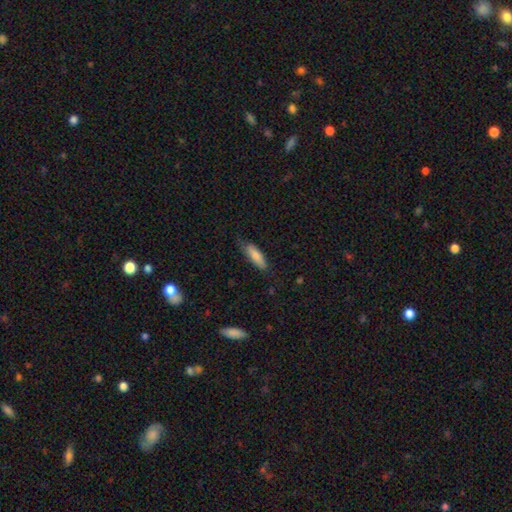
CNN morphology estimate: A smooth galaxy with no disk features (79%) that is in between round and cigar-shaped (51%).

Vote fractions:
- Smooth or featured? smooth: 79% / featured or disk: 15% / star or artifact: 6%
- How rounded? in between: 51% / cigar-shaped: 47% / round: 2%
- Merging? none: 65% / minor disturbance: 27% / major disturbance: 7% / merger: 1%